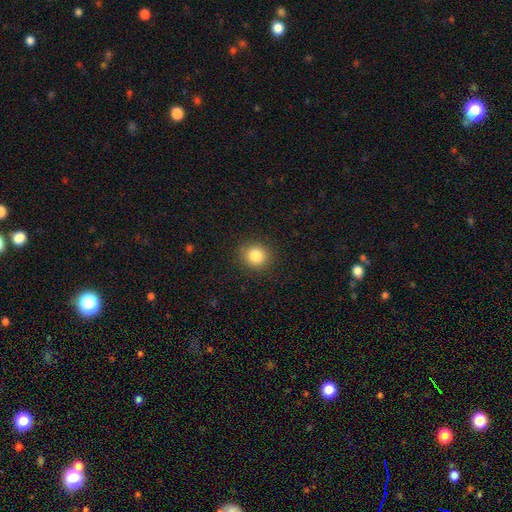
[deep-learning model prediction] A smooth galaxy with no disk features (84%) that is round (85%). Merging: none (88%).